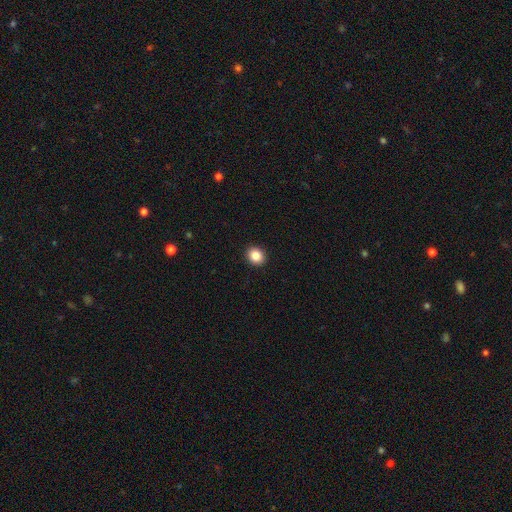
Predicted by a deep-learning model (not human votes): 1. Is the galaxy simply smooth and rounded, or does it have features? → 86% smooth, 9% star or artifact, 4% featured or disk.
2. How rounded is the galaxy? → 71% round, 28% in between, 1% cigar-shaped.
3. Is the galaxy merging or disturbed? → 92% none, 5% minor disturbance, 2% major disturbance, 1% merger.